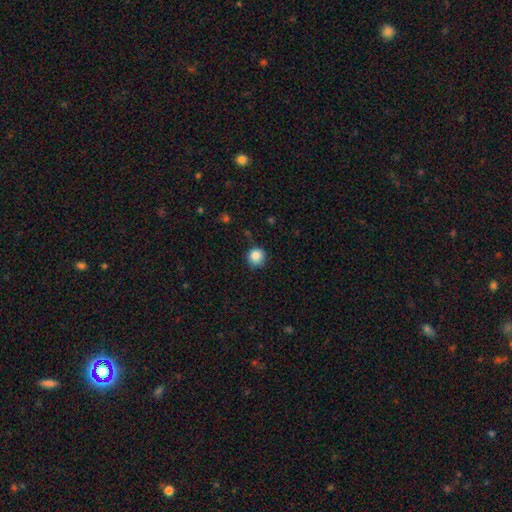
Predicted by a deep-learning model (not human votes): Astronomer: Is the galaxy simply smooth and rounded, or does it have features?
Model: smooth — 86%.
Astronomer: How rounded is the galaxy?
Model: round — 92%.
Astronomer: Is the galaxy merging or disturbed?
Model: none — 79%.